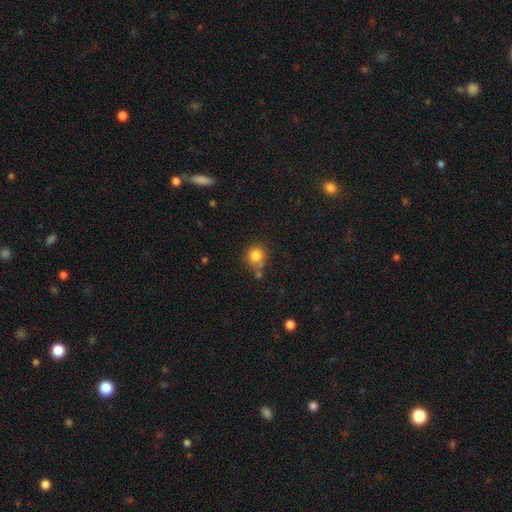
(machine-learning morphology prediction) smooth-or-featured: smooth: 82% | star or artifact: 11% | featured or disk: 7%
  how-rounded: round: 89% | in between: 10% | cigar-shaped: 1%
  merging: none: 64% | merger: 17% | minor disturbance: 14% | major disturbance: 5%